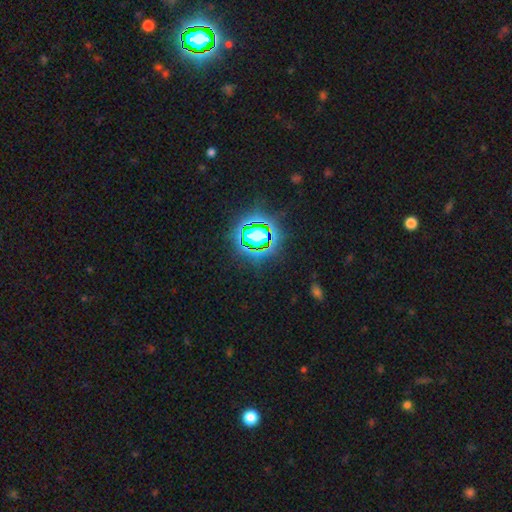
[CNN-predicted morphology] Smooth or featured: star or artifact — 76% (smooth — 16%)